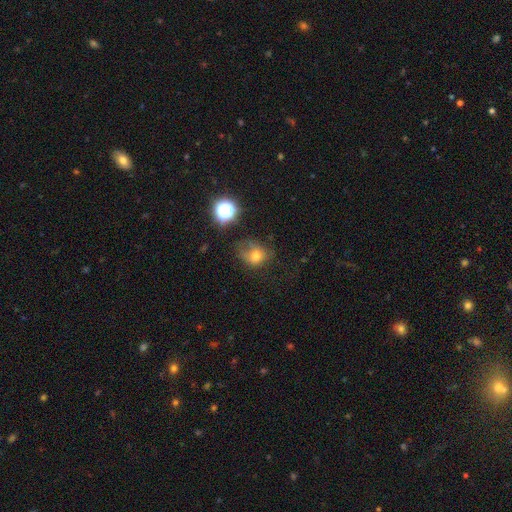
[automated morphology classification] Smooth or featured? Predicted: smooth (p=0.68). How rounded? Predicted: round (p=0.60). Merging? Predicted: none (p=0.36).